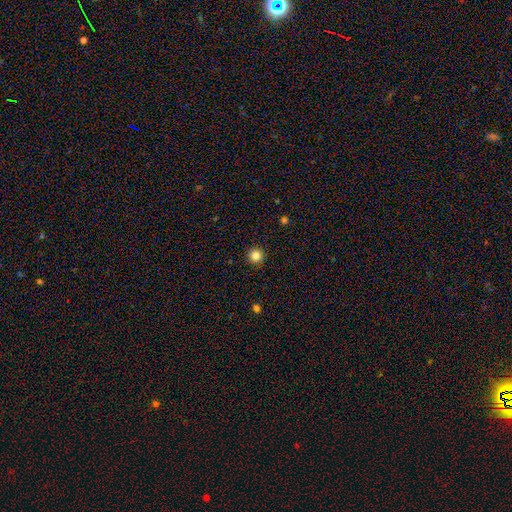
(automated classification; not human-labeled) Q: Smooth or featured?
A: smooth (84%); runner-up: star or artifact (12%)
Q: How rounded?
A: round (96%); runner-up: in between (3%)
Q: Merging?
A: none (91%); runner-up: minor disturbance (6%)